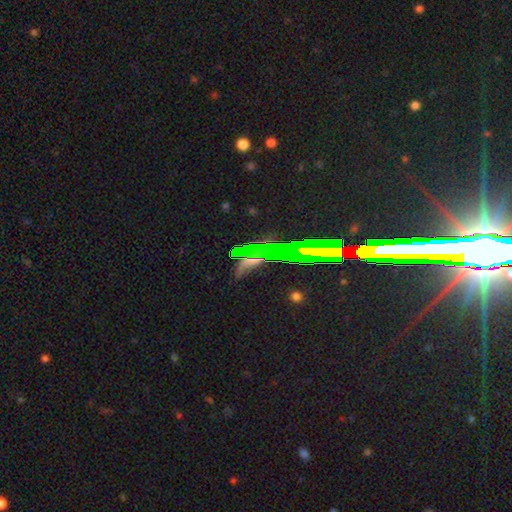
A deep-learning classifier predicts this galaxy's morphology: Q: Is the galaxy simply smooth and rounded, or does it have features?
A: star or artifact — 42%.